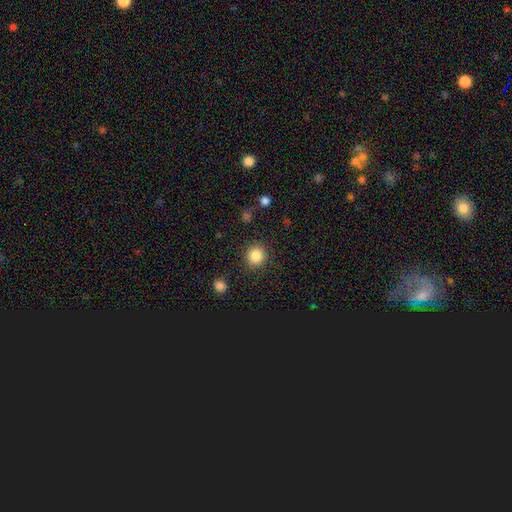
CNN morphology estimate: Smooth or featured? smooth (85%)
How rounded? round (89%)
Merging? none (89%)